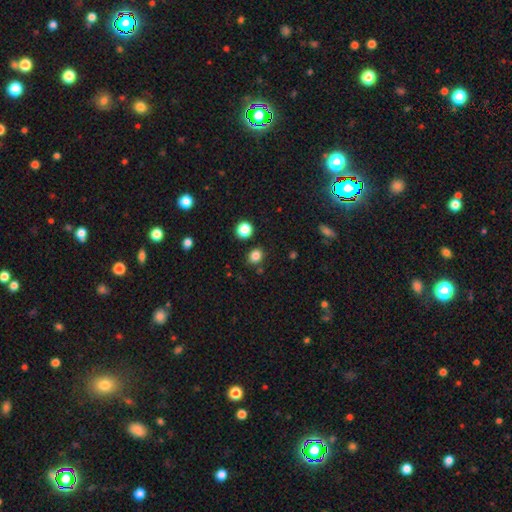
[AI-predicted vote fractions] The model was most divided on "how rounded": round: 74%, in between: 25%, cigar-shaped: 1%. More confident: merging — none (83%); smooth or featured — smooth (83%).